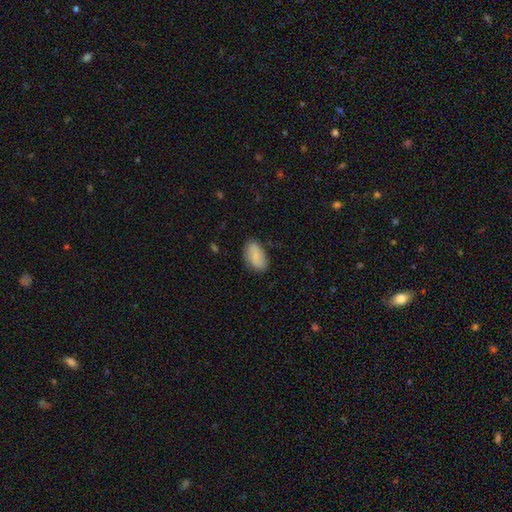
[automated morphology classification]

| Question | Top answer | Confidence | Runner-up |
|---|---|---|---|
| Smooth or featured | smooth | 72% | featured or disk (21%) |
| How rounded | in between | 93% | round (4%) |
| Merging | none | 79% | minor disturbance (16%) |